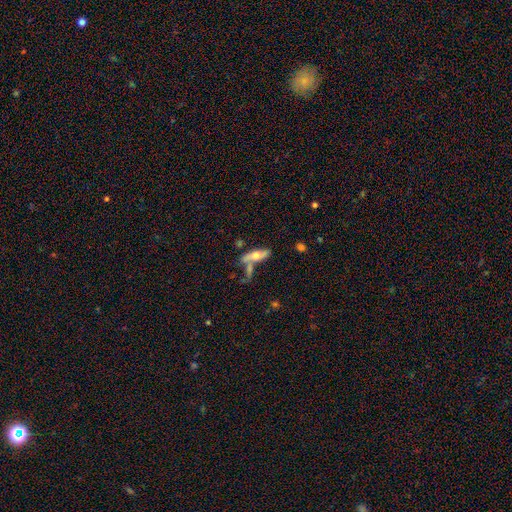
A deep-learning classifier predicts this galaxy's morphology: featured or disk 48%, smooth 45%, star or artifact 7%. Down the decision tree: merging — none (46%).